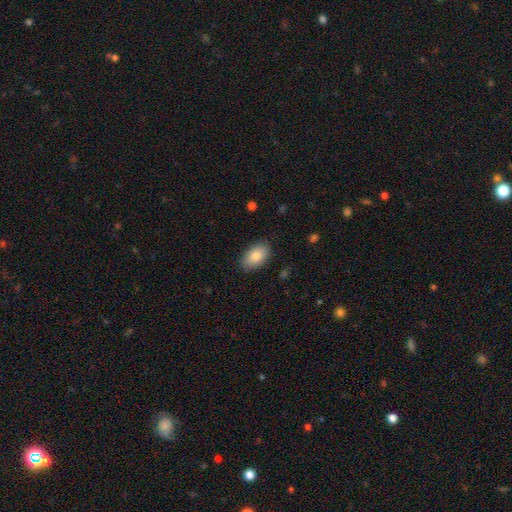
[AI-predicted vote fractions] Smooth or featured? smooth (85%)
How rounded? in between (94%)
Merging? none (87%)